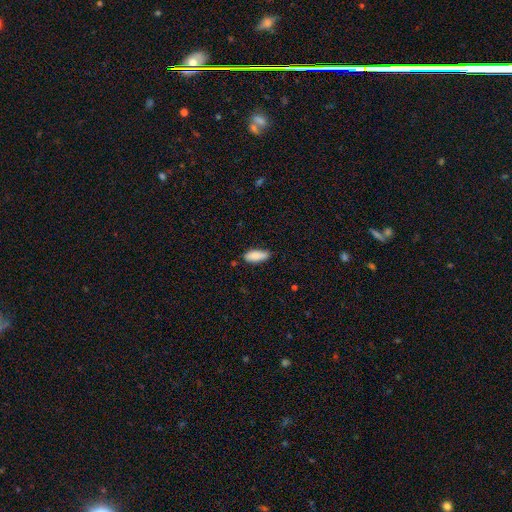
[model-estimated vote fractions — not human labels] Smooth or featured? smooth (88%)
How rounded? in between (77%)
Merging? none (77%)